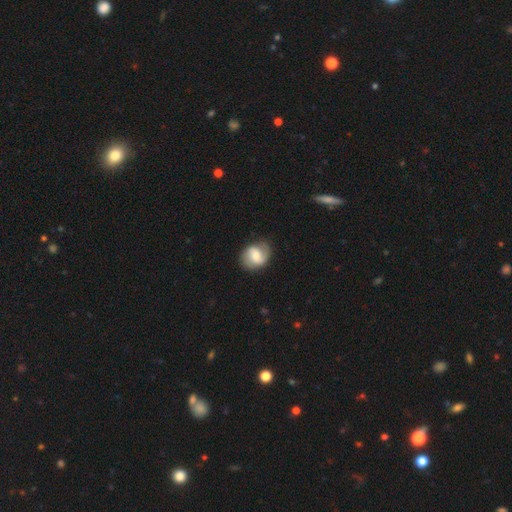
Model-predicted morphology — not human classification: This appears to be a featured or disk galaxy (59%) with a weak bar (50%), 2 (81%) medium (44%) spiral arms (89%) and a moderate central bulge (47%). Merging: none (76%).